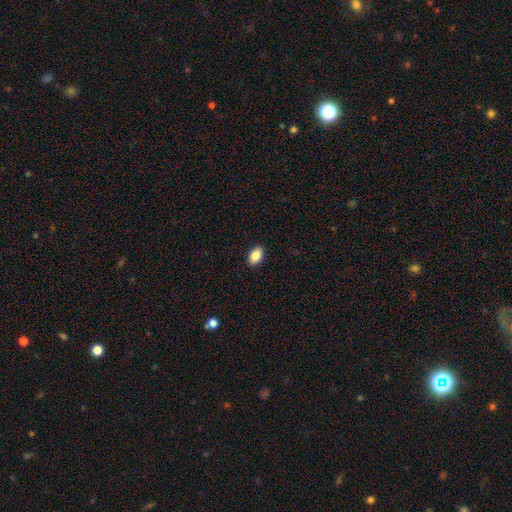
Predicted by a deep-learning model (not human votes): Q: Smooth or featured?
A: smooth (86%); runner-up: star or artifact (8%)
Q: How rounded?
A: in between (89%); runner-up: round (10%)
Q: Merging?
A: none (90%); runner-up: minor disturbance (7%)